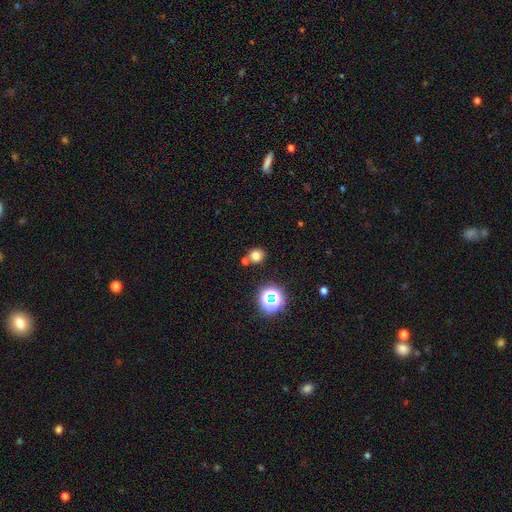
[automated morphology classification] Smooth or featured: smooth — 74% (star or artifact — 19%)
How rounded: round — 77% (in between — 22%)
Merging: none — 68% (merger — 19%)